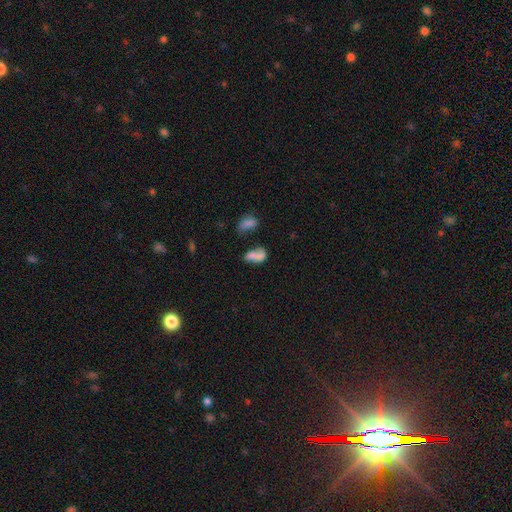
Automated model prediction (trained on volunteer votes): This appears to be a smooth galaxy with no disk features (68%) that is in between round and cigar-shaped (83%). Merging: merger (47%).